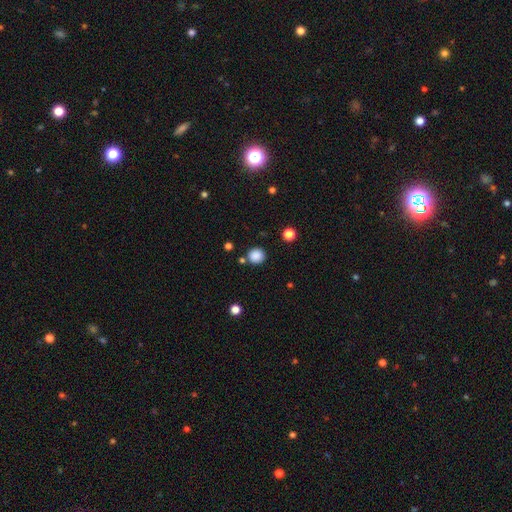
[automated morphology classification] A smooth galaxy with no disk features (86%) that is round (91%). Merging: none (84%).